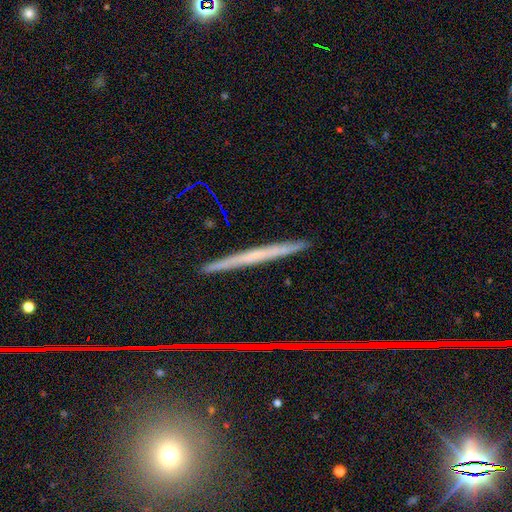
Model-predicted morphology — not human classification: This appears to be a featured or disk galaxy (54%) viewed edge-on (96%) with no central bulge (81%). Merging: none (89%).